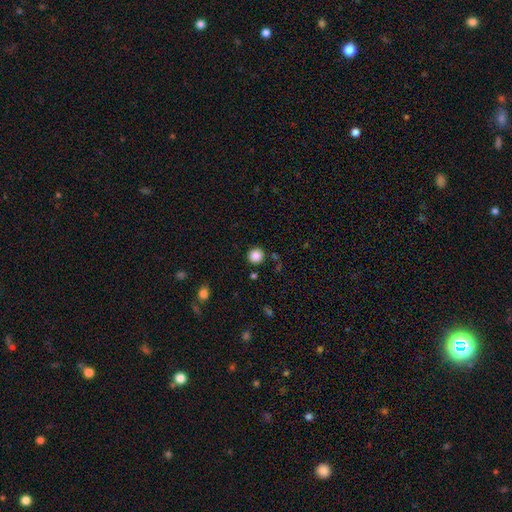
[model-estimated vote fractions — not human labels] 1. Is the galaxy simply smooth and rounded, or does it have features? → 86% smooth, 10% star or artifact, 3% featured or disk.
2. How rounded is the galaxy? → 93% round, 6% in between, 1% cigar-shaped.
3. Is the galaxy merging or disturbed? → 88% none, 7% minor disturbance, 3% merger, 2% major disturbance.